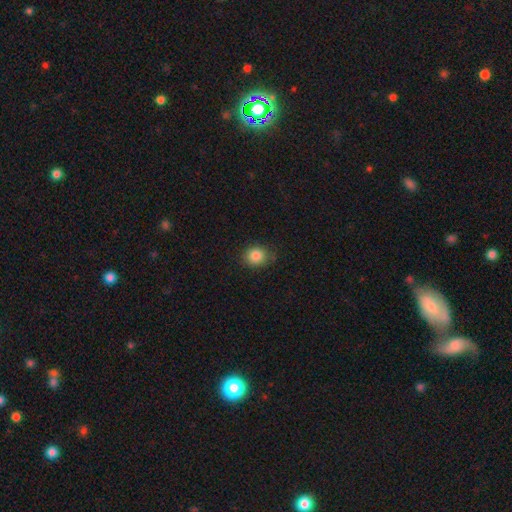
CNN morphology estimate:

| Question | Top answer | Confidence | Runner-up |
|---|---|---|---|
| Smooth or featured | smooth | 85% | star or artifact (10%) |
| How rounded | round | 73% | in between (26%) |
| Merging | none | 81% | minor disturbance (14%) |